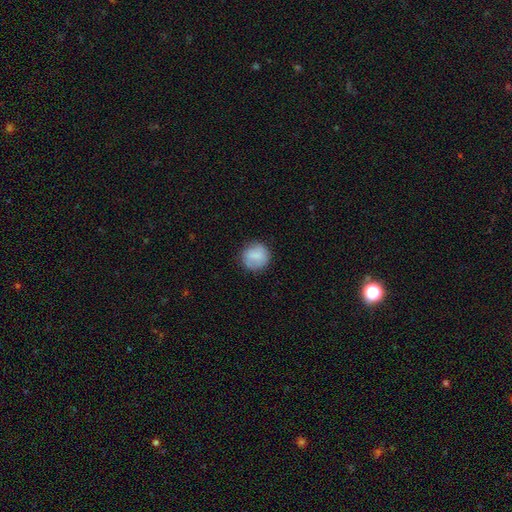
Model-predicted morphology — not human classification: Q: Smooth or featured?
A: smooth (81%); runner-up: featured or disk (12%)
Q: How rounded?
A: round (90%); runner-up: in between (9%)
Q: Merging?
A: none (81%); runner-up: minor disturbance (13%)